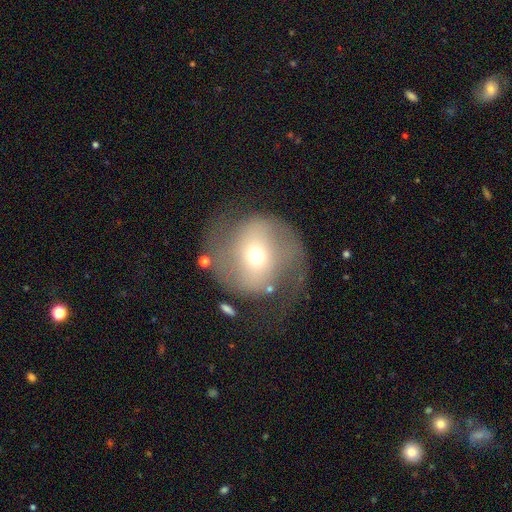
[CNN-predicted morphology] This appears to be a featured or disk galaxy (69%) with no bar (47%), 2 (86%) loose (45%) spiral arms (83%) and a moderate central bulge (55%). Merging: none (59%).